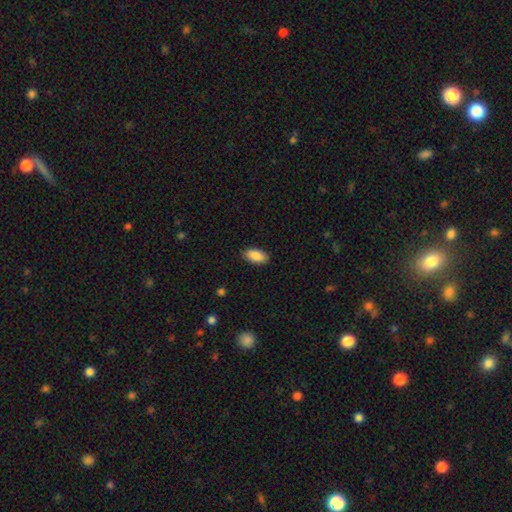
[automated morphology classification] The model was most divided on "merging": none: 88%, minor disturbance: 9%, major disturbance: 2%, merger: 1%. More confident: how rounded — in between (93%); smooth or featured — smooth (89%).